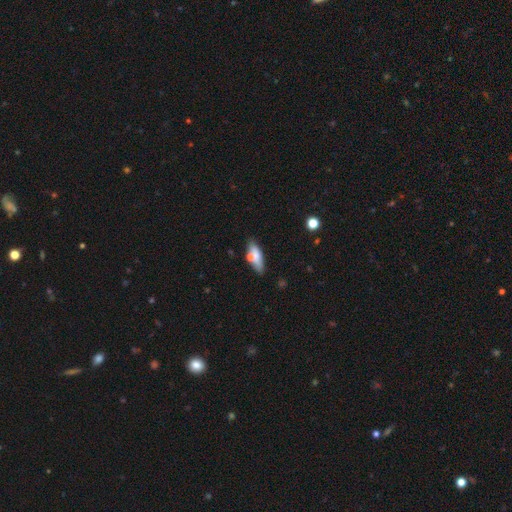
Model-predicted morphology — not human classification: This appears to be a smooth galaxy with no disk features (68%) that is in between round and cigar-shaped (57%). Merging: none (66%).